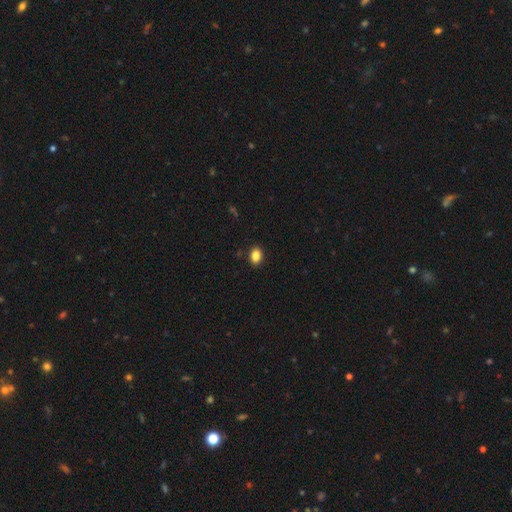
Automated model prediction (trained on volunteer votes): This appears to be a smooth galaxy with no disk features (86%) that is in between round and cigar-shaped (74%). Merging: none (89%).